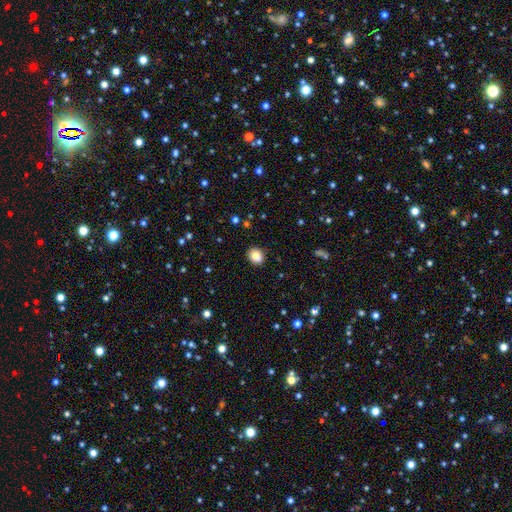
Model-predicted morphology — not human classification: Overall: smooth (82%). How rounded: round (73%). Merging: none (90%).